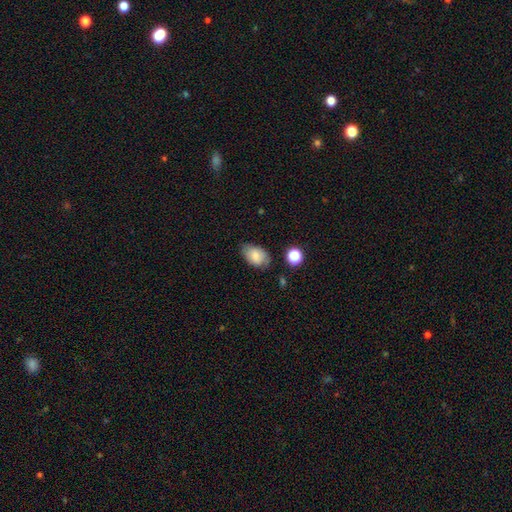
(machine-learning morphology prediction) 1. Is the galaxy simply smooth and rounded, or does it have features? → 76% smooth, 15% featured or disk, 9% star or artifact.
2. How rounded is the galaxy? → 87% in between, 12% round, 1% cigar-shaped.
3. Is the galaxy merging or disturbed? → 67% none, 25% minor disturbance, 5% major disturbance, 3% merger.